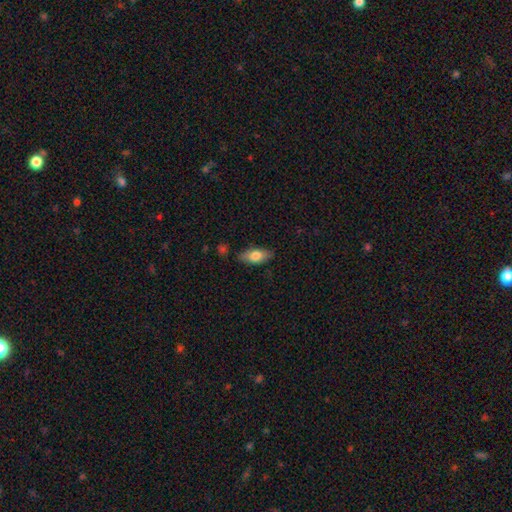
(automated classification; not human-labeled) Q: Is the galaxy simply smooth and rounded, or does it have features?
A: smooth — 72%.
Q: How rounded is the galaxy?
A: in between — 85%.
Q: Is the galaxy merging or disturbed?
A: none — 81%.